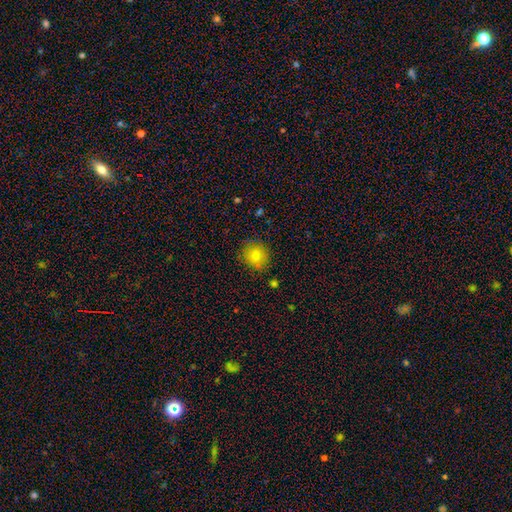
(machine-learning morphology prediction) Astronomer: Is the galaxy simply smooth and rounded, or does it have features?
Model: smooth — 78%.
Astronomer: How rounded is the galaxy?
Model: round — 85%.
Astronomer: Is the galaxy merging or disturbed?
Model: none — 84%.